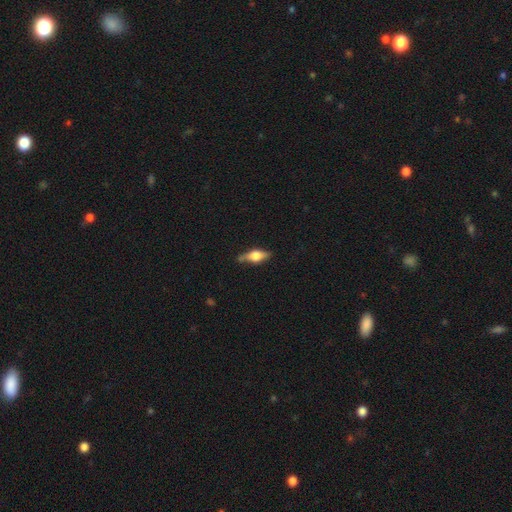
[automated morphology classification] The model was most divided on "smooth or featured": featured or disk: 51%, smooth: 42%, star or artifact: 7%. More confident: edge-on disk — yes (91%); merging — none (75%).